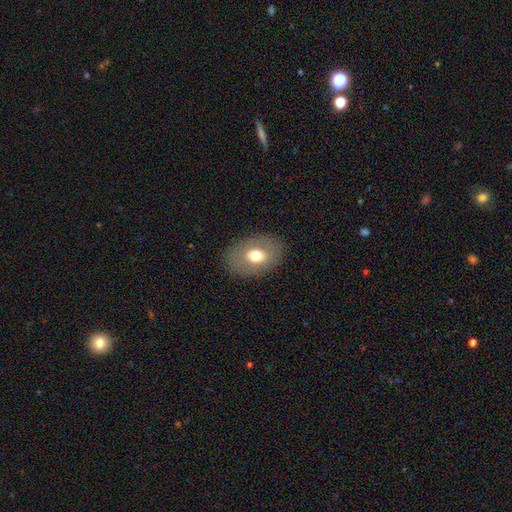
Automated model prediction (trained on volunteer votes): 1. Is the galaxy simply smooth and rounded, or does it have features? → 65% smooth, 27% featured or disk, 9% star or artifact.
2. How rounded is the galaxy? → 74% in between, 25% round, 1% cigar-shaped.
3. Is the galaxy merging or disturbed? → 85% none, 10% minor disturbance, 4% major disturbance, 1% merger.